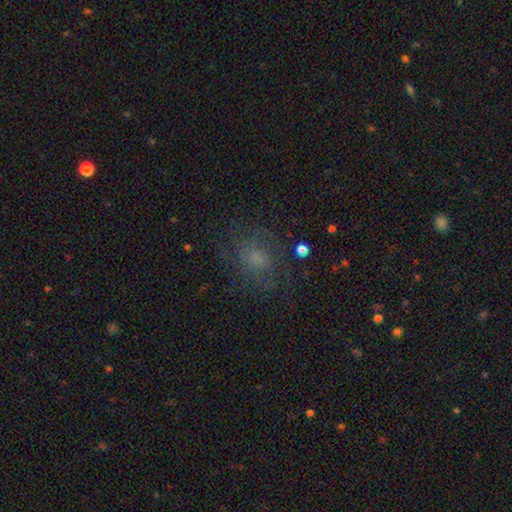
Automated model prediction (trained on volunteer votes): The model was most divided on "smooth or featured": smooth: 41%, featured or disk: 37%, star or artifact: 22%. More confident: merging — none (70%).